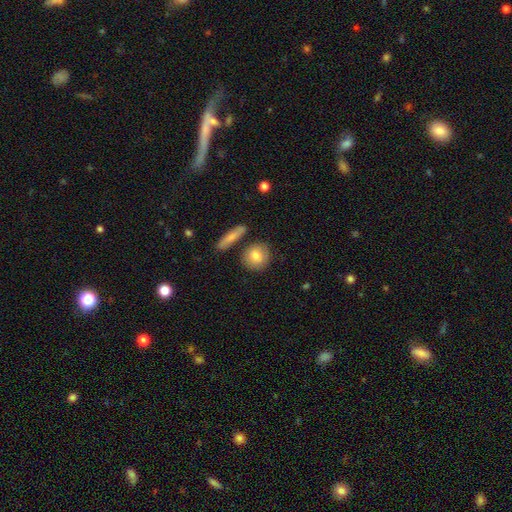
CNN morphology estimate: This appears to be a smooth galaxy with no disk features (80%) that is round (82%). Merging: none (79%).